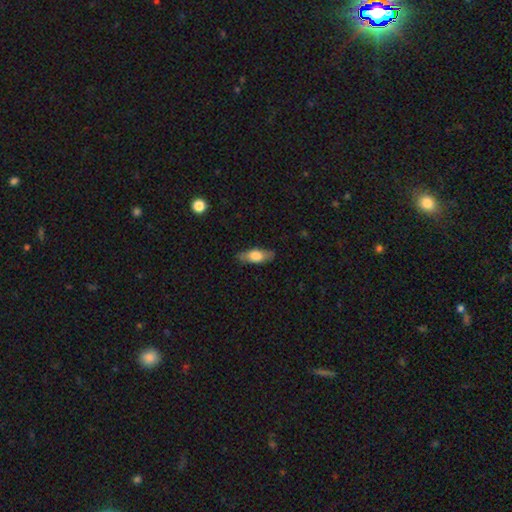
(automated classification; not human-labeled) This appears to be a smooth galaxy with no disk features (63%) that is in between round and cigar-shaped (72%). Merging: none (82%).